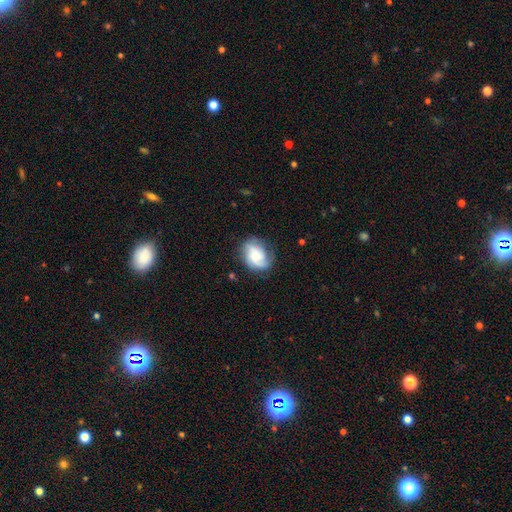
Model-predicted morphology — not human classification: featured or disk 52%, smooth 41%, star or artifact 8%. Down the decision tree: edge-on disk — no (97%); merging — none (64%).